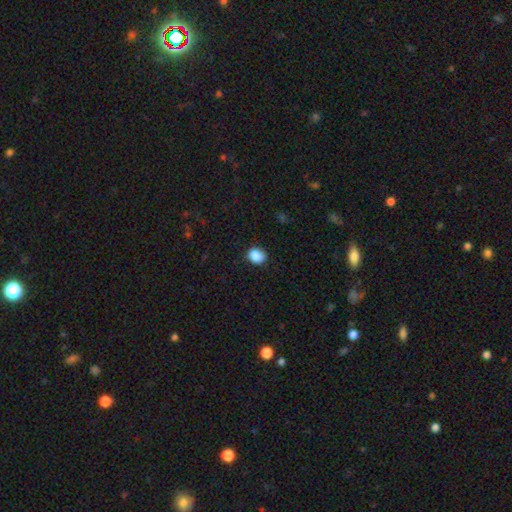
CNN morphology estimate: Smooth or featured?
  - smooth: 88% *
  - star or artifact: 9%
  - featured or disk: 3%
How rounded?
  - round: 54% *
  - in between: 45%
  - cigar-shaped: 1%
Merging?
  - none: 82% *
  - minor disturbance: 14%
  - major disturbance: 3%
  - merger: 1%